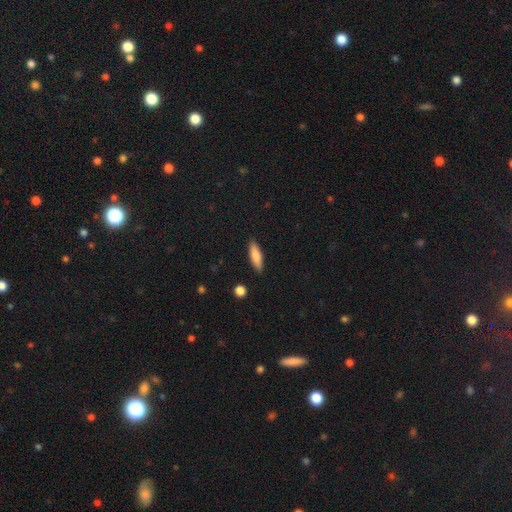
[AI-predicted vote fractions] This appears to be a smooth galaxy with no disk features (80%) that is cigar-shaped (55%). Merging: none (89%).